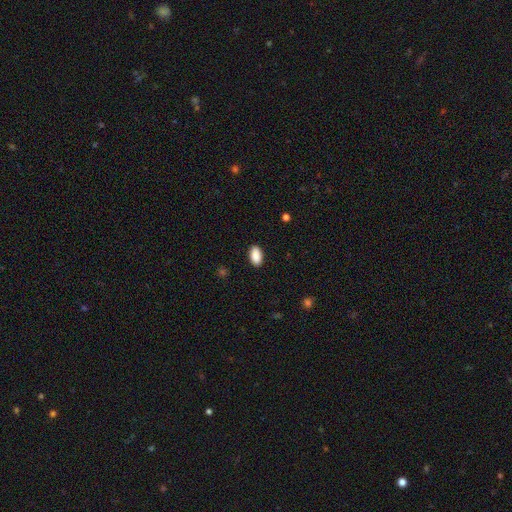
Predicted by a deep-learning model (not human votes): This appears to be a smooth galaxy with no disk features (90%) that is in between round and cigar-shaped (94%). Merging: none (89%).